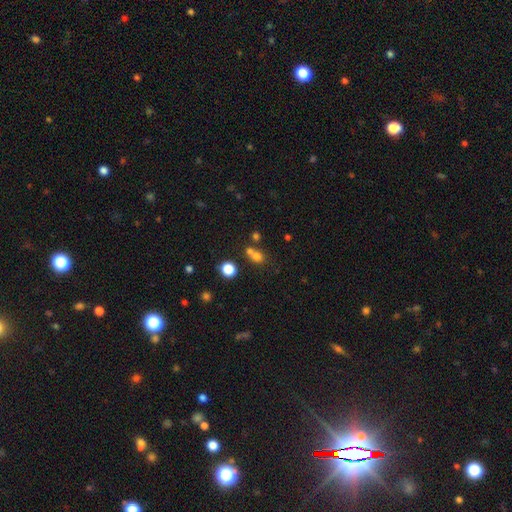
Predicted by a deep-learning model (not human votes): Smooth or featured: smooth — 70% (star or artifact — 19%)
How rounded: round — 79% (in between — 20%)
Merging: none — 48% (merger — 41%)